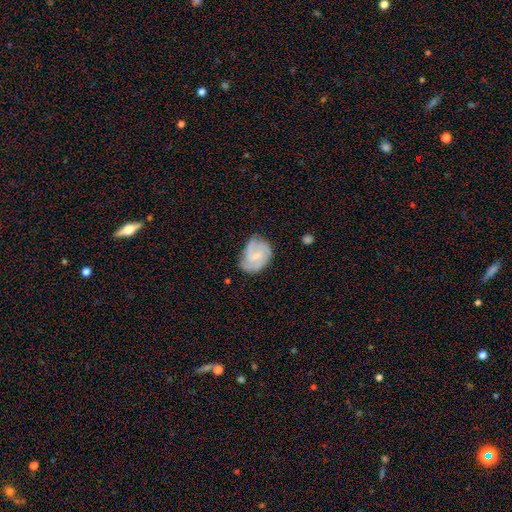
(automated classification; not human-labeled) This appears to be a featured or disk galaxy (66%) with a weak bar (50%), 2 (44%) medium (45%) spiral arms (91%) and a small central bulge (56%). Merging: none (60%).